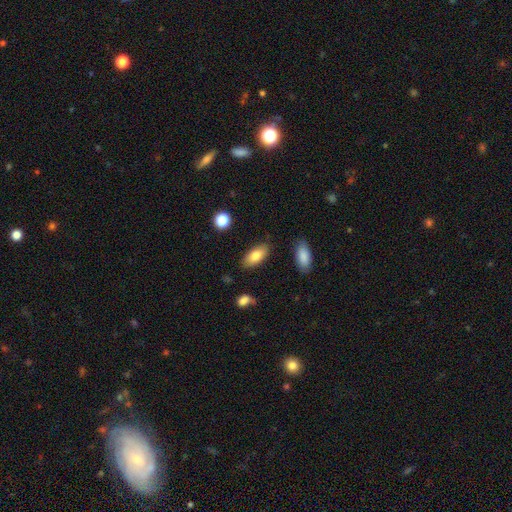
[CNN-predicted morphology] smooth-or-featured: smooth: 82% | featured or disk: 11% | star or artifact: 7%
  how-rounded: in between: 88% | cigar-shaped: 9% | round: 3%
  merging: none: 84% | minor disturbance: 11% | major disturbance: 3% | merger: 2%